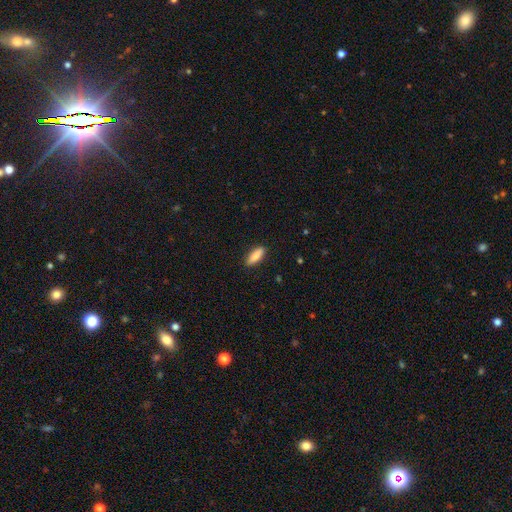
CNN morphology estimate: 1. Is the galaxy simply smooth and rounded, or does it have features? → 85% smooth, 9% featured or disk, 6% star or artifact.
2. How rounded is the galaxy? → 59% in between, 39% cigar-shaped, 2% round.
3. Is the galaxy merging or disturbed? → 89% none, 8% minor disturbance, 2% major disturbance, 1% merger.